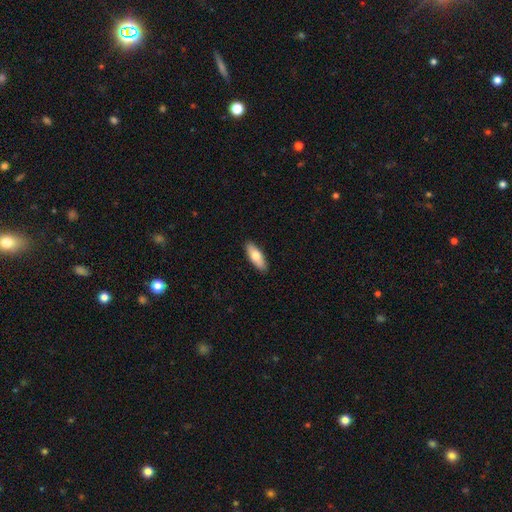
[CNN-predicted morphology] Smooth or featured?
  - smooth: 74% *
  - featured or disk: 21%
  - star or artifact: 6%
How rounded?
  - in between: 70% *
  - cigar-shaped: 28%
  - round: 2%
Merging?
  - none: 90% *
  - minor disturbance: 8%
  - major disturbance: 2%
  - merger: 1%